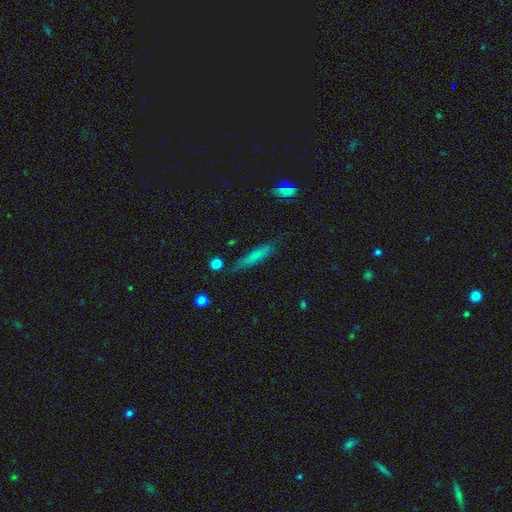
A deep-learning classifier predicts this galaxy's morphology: This is likely a smooth galaxy (65%). How rounded: clearly cigar-shaped (85%). Merging: likely none (78%).